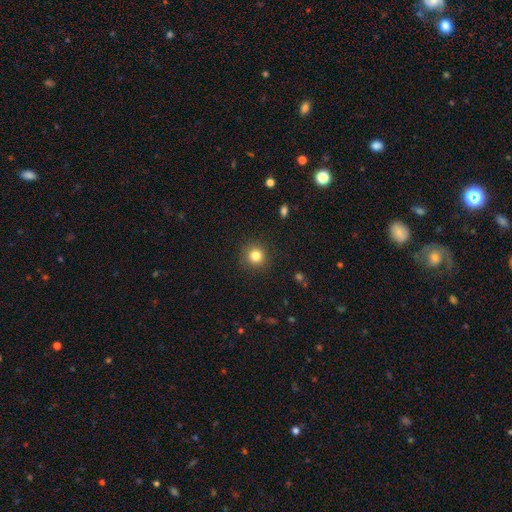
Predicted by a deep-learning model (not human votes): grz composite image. It shows a smooth galaxy with no disk features (83%) that is round (94%). Merging: none (91%).